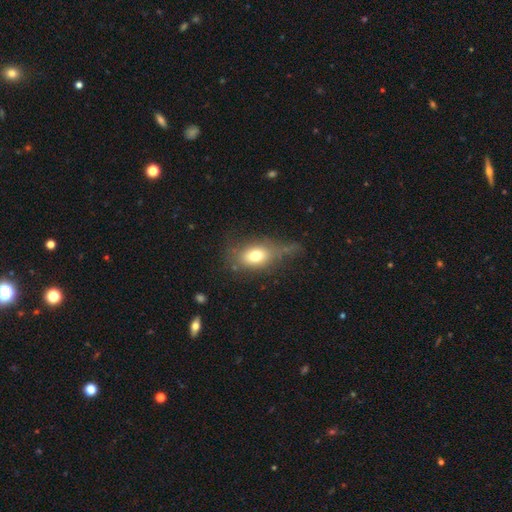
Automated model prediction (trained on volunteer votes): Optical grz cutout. It shows a smooth galaxy with no disk features (72%) that is in between round and cigar-shaped (73%). Merging: none (47%).